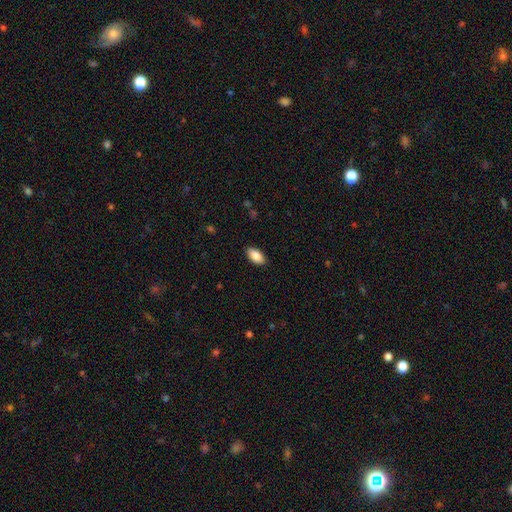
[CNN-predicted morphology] Q: Smooth or featured?
A: smooth (87%); runner-up: star or artifact (7%)
Q: How rounded?
A: in between (94%); runner-up: cigar-shaped (3%)
Q: Merging?
A: none (89%); runner-up: minor disturbance (8%)